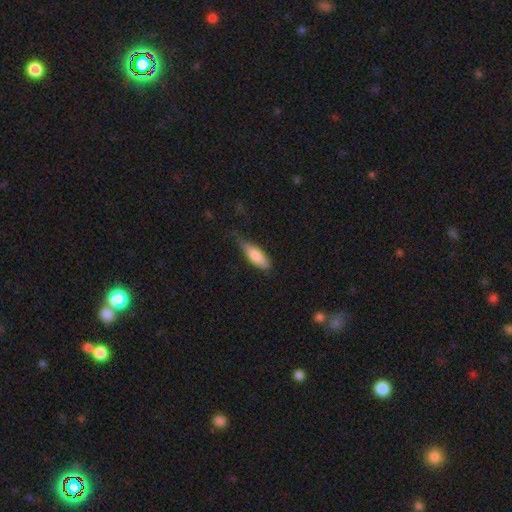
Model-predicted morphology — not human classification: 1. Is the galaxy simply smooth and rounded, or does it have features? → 78% smooth, 16% featured or disk, 6% star or artifact.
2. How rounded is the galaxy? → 53% cigar-shaped, 45% in between, 2% round.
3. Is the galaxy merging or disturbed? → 54% none, 35% minor disturbance, 8% major disturbance, 2% merger.